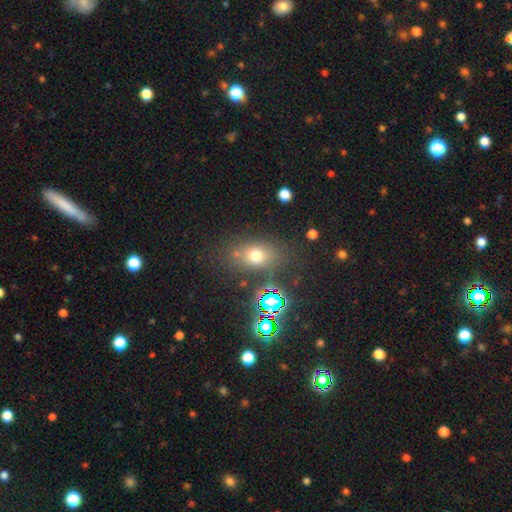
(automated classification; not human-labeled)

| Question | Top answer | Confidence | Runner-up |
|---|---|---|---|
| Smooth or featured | smooth | 66% | star or artifact (21%) |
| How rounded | in between | 64% | round (33%) |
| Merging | none | 72% | minor disturbance (14%) |